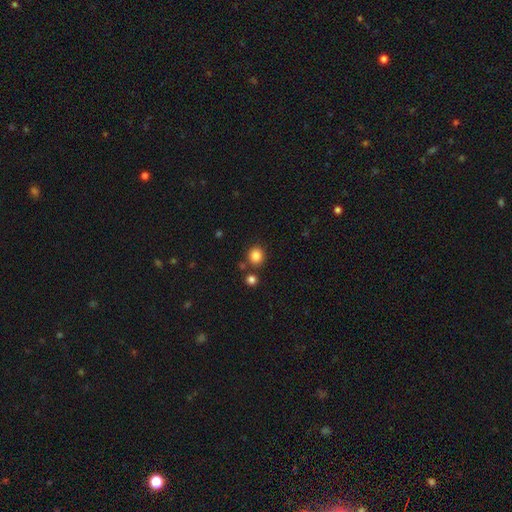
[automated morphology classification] This is clearly a smooth galaxy (85%). How rounded: clearly round (83%). Merging: likely none (80%).